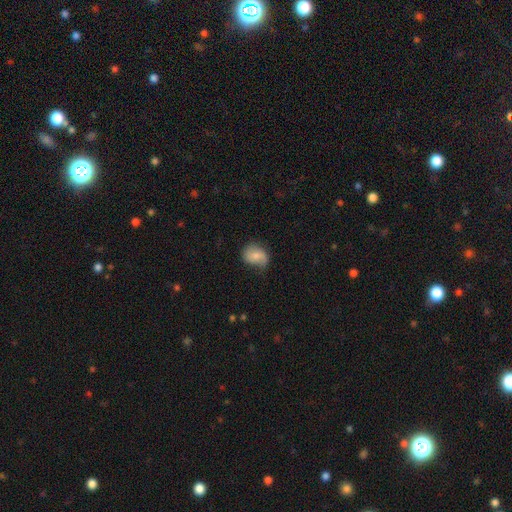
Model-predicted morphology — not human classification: This is possibly a smooth galaxy (60%). How rounded: possibly in between (56%). Merging: possibly none (59%).